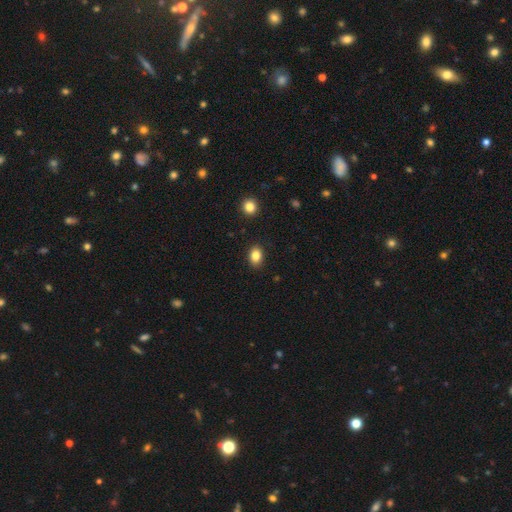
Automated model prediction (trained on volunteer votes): This appears to be a smooth galaxy with no disk features (84%) that is in between round and cigar-shaped (71%). Merging: none (89%).